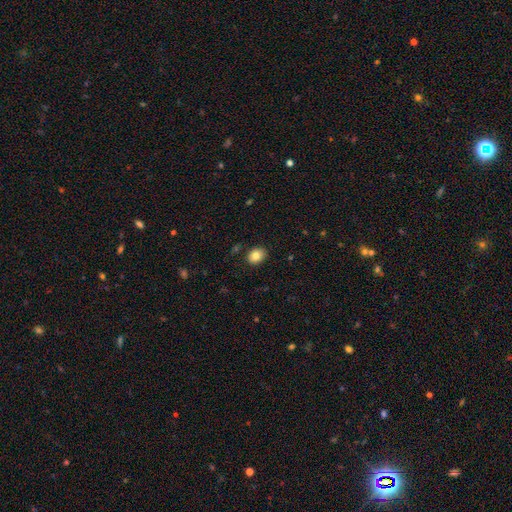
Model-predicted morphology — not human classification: type=smooth (83%); roundness=in between (53%); merging=none (88%).